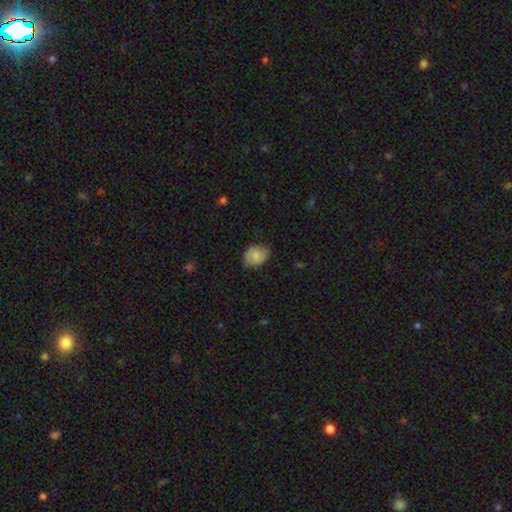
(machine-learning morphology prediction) This is likely a smooth galaxy (80%). How rounded: likely in between (68%). Merging: likely none (76%).